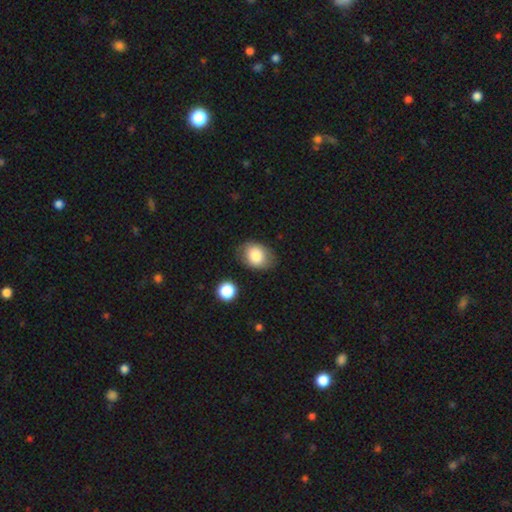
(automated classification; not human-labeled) Smooth or featured? Predicted: smooth (p=0.82). How rounded? Predicted: in between (p=0.68). Merging? Predicted: none (p=0.76).